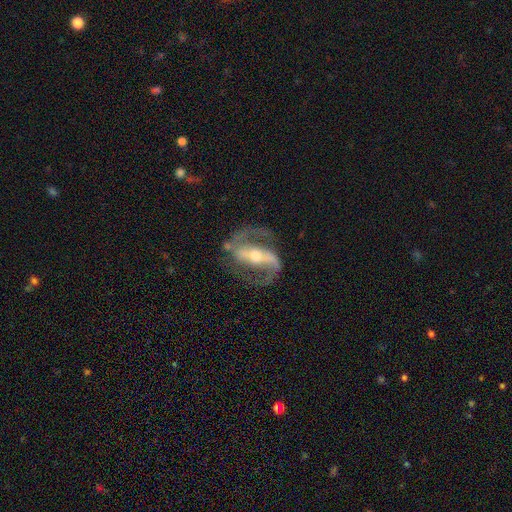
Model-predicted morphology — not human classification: Smooth or featured?
  - featured or disk: 90% *
  - smooth: 5%
  - star or artifact: 5%
Edge-on disk?
  - no: 96% *
  - yes: 4%
Bar?
  - strong: 64% *
  - weak: 24%
  - no: 12%
Spiral arms?
  - yes: 96% *
  - no: 4%
Spiral winding?
  - medium: 57% *
  - loose: 25%
  - tight: 18%
Spiral arm count?
  - 2: 92% *
  - 1: 3%
  - can't tell: 2%
  - 3: 1%
  - 4: 1%
  - more than 4: 1%
Bulge size?
  - moderate: 58% *
  - small: 35%
  - large: 5%
  - none: 1%
  - dominant: 1%
Merging?
  - none: 75% *
  - minor disturbance: 13%
  - major disturbance: 9%
  - merger: 2%